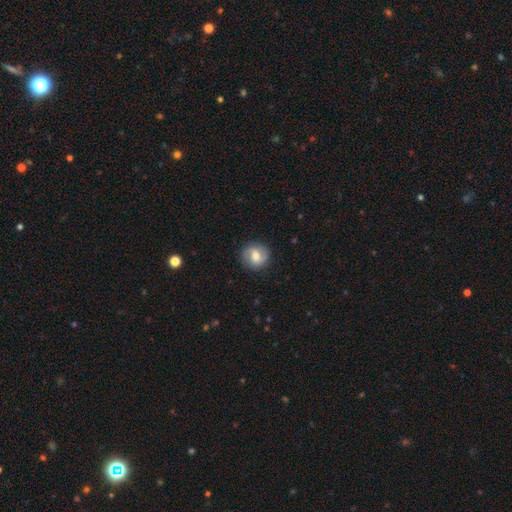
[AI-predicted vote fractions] Smooth or featured? featured or disk (53%)
Edge-on disk? no (97%)
Bar? weak (50%)
Spiral arms? yes (83%)
Bulge size? moderate (70%)
Merging? none (86%)